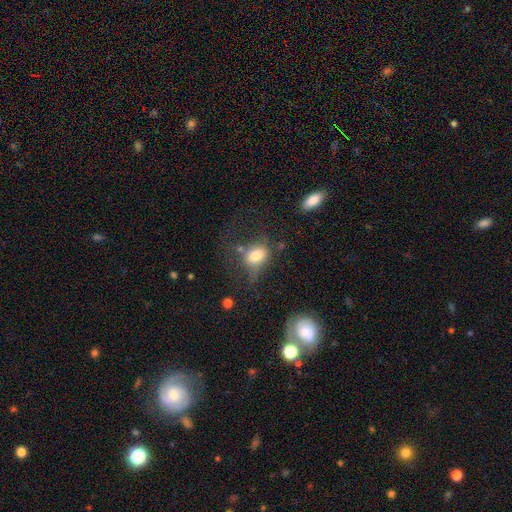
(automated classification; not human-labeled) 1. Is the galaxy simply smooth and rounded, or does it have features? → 72% smooth, 17% featured or disk, 11% star or artifact.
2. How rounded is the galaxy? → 71% in between, 26% round, 3% cigar-shaped.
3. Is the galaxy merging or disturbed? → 40% none, 28% major disturbance, 25% minor disturbance, 8% merger.